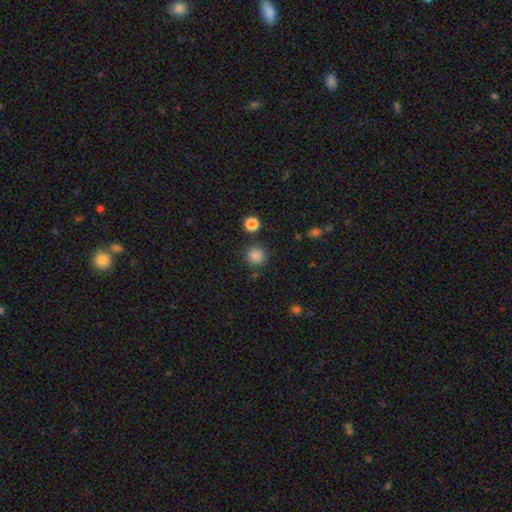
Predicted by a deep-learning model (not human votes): The model was most divided on "smooth or featured": smooth: 85%, star or artifact: 12%, featured or disk: 3%. More confident: how rounded — round (94%); merging — none (86%).